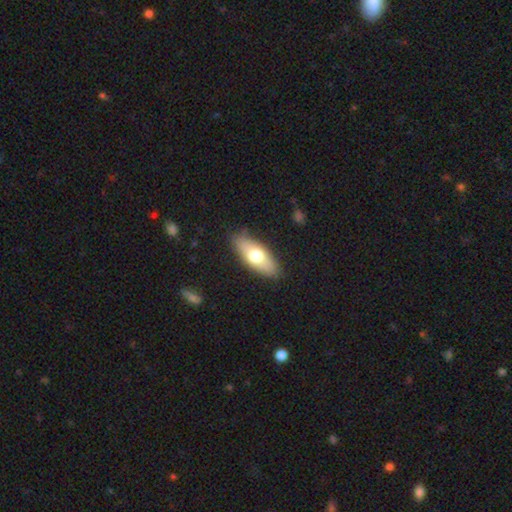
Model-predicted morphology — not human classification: smooth-or-featured: smooth: 67% | featured or disk: 27% | star or artifact: 6%
  how-rounded: in between: 75% | cigar-shaped: 22% | round: 3%
  merging: none: 86% | minor disturbance: 11% | major disturbance: 2% | merger: 1%